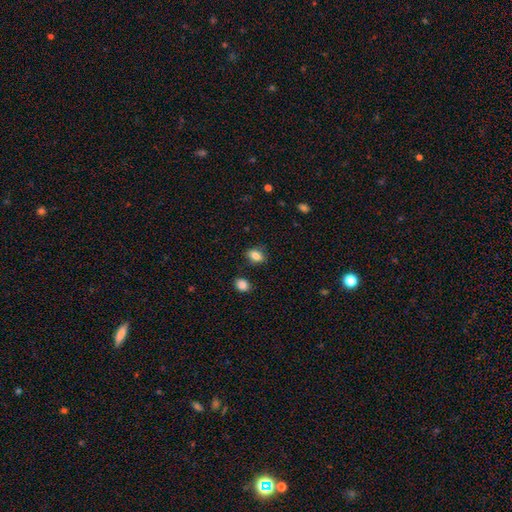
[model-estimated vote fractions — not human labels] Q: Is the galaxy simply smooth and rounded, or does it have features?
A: smooth — 82%.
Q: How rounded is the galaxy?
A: in between — 76%.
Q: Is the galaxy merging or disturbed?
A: none — 80%.